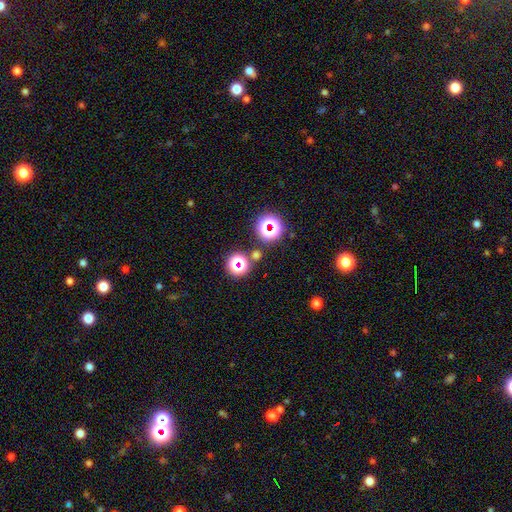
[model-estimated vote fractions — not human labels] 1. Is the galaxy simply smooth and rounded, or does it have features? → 62% star or artifact, 29% smooth, 8% featured or disk.